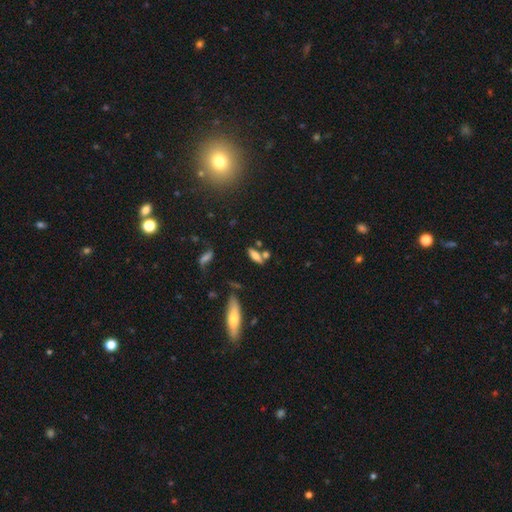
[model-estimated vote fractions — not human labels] This appears to be a smooth galaxy with no disk features (67%) that is in between round and cigar-shaped (56%). Merging: none (60%).